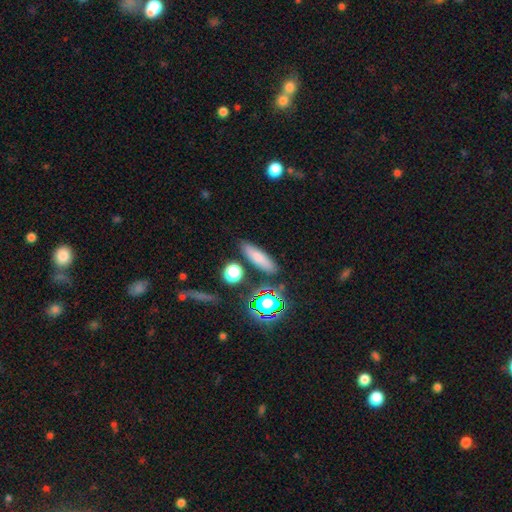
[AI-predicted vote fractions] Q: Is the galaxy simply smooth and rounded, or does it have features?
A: smooth — 70%.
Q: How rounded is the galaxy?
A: cigar-shaped — 56%.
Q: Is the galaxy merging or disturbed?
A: none — 82%.